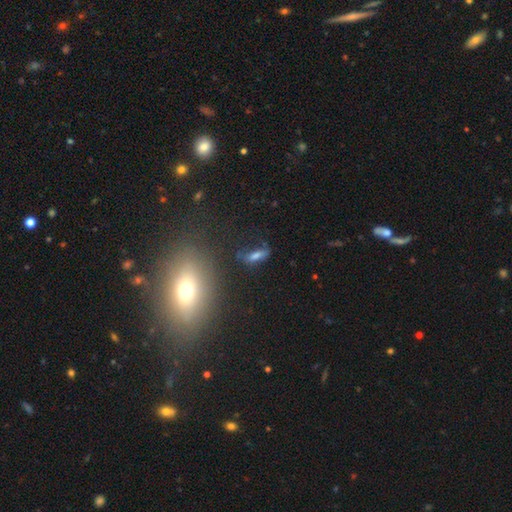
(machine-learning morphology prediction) This is possibly a smooth galaxy (49%). Merging: likely none (63%).